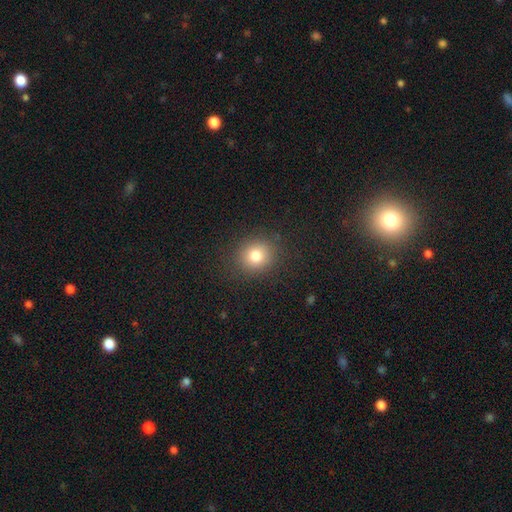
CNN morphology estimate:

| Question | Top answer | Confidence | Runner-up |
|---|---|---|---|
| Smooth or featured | smooth | 79% | star or artifact (13%) |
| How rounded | round | 79% | in between (20%) |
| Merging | none | 88% | minor disturbance (8%) |